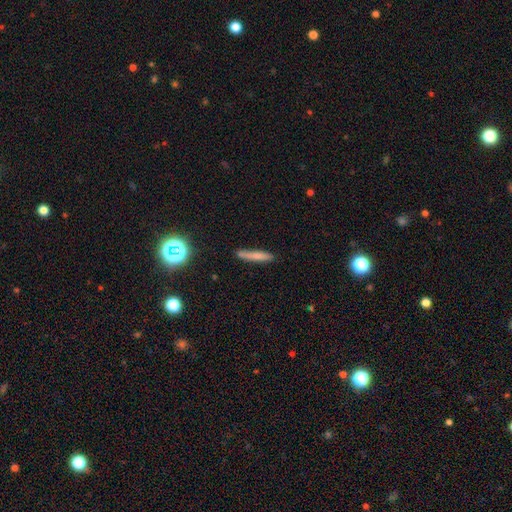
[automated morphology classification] Smooth or featured: smooth — 69% (featured or disk — 21%)
How rounded: cigar-shaped — 90% (in between — 8%)
Merging: none — 78% (minor disturbance — 16%)